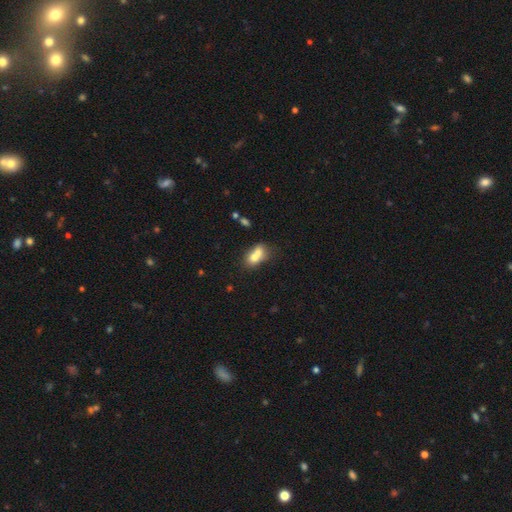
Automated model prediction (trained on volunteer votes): smooth-or-featured: smooth: 67% | featured or disk: 22% | star or artifact: 10%
  how-rounded: in between: 60% | round: 37% | cigar-shaped: 3%
  merging: merger: 66% | none: 22% | minor disturbance: 8% | major disturbance: 4%